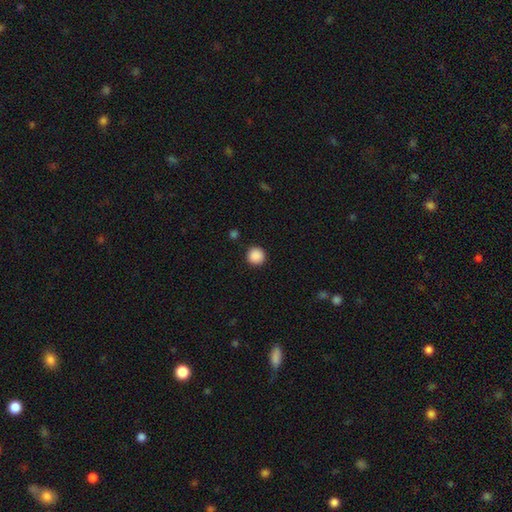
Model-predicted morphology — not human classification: Smooth or featured? Predicted: smooth (p=0.89). How rounded? Predicted: round (p=0.95). Merging? Predicted: none (p=0.92).